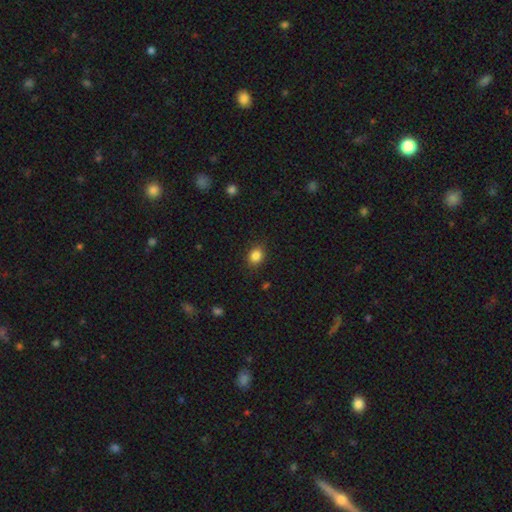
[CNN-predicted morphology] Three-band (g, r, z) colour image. It shows a smooth galaxy with no disk features (85%) that is round (53%). Merging: none (86%).